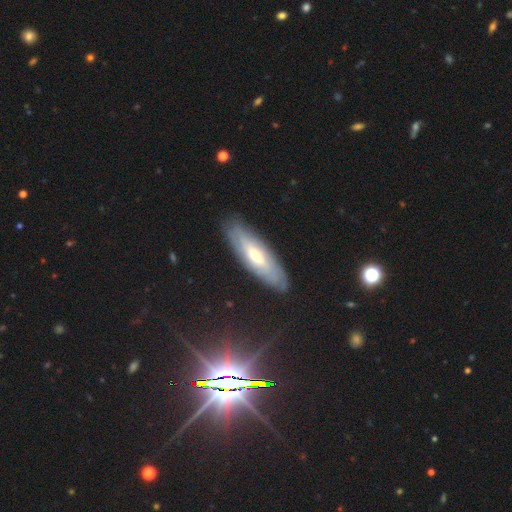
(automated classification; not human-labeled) This appears to be a featured or disk galaxy (60%). Merging: none (85%).